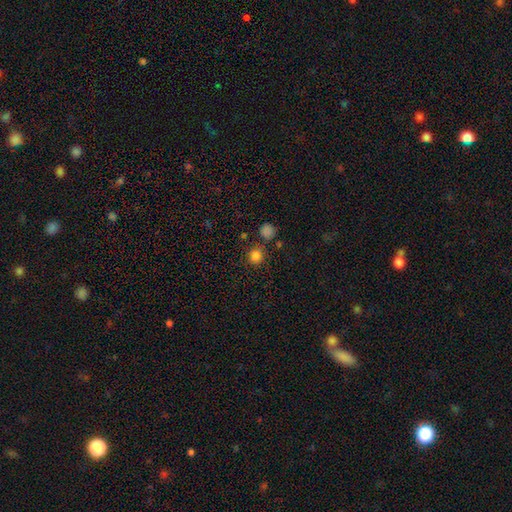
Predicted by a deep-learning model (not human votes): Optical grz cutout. It shows a smooth galaxy with no disk features (82%) that is round (91%). Merging: none (81%).